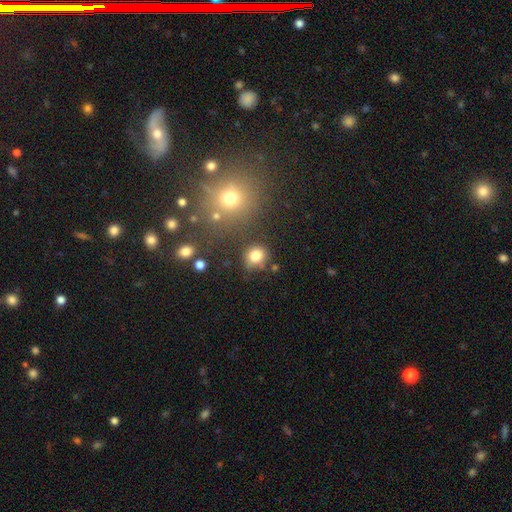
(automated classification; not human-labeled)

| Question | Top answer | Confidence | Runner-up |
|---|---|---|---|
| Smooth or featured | smooth | 81% | star or artifact (13%) |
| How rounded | round | 74% | in between (25%) |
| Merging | none | 72% | minor disturbance (16%) |